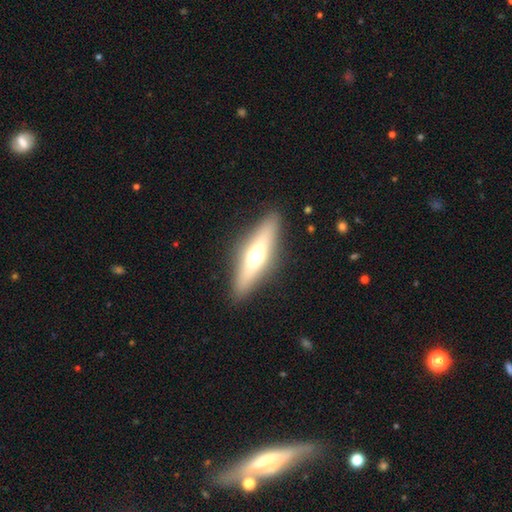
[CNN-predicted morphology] This appears to be a featured or disk galaxy (48%). Merging: none (88%).